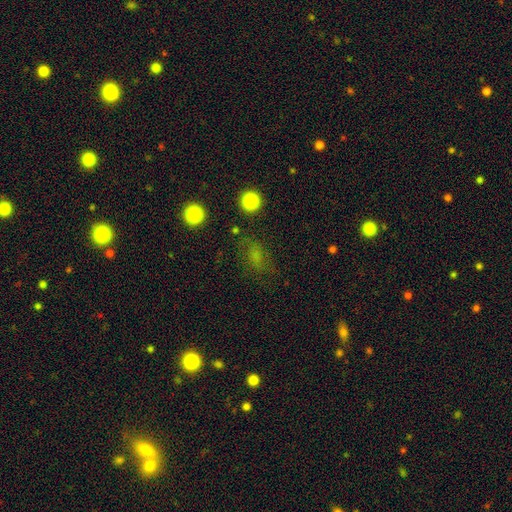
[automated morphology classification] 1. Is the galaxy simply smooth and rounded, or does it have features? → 58% smooth, 26% star or artifact, 15% featured or disk.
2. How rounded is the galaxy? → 68% in between, 26% round, 6% cigar-shaped.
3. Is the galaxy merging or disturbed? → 65% none, 19% minor disturbance, 13% major disturbance, 3% merger.